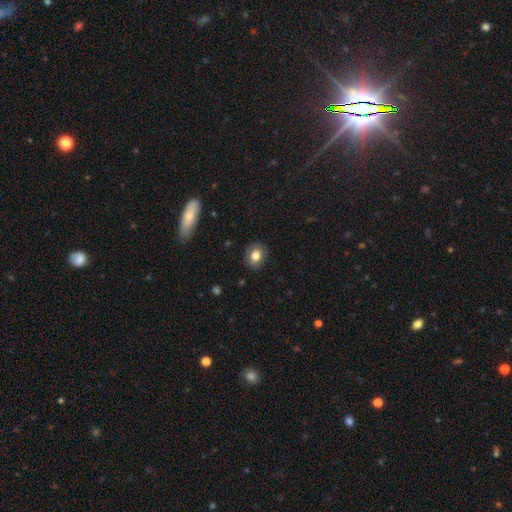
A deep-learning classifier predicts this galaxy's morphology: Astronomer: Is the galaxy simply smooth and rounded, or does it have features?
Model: smooth — 80%.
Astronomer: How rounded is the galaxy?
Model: round — 60% (runner-up: in between, 39%).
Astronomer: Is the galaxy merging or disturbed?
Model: none — 87%.